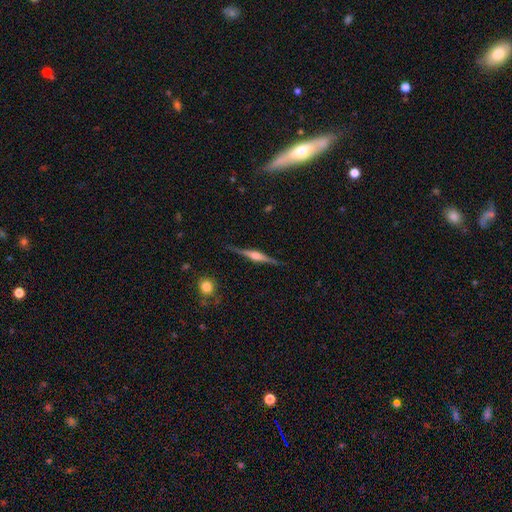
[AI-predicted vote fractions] Smooth or featured? Predicted: featured or disk (p=0.82). Edge-on disk? Predicted: yes (p=0.98). Edge-on bulge? Predicted: rounded (p=0.78). Merging? Predicted: none (p=0.89).